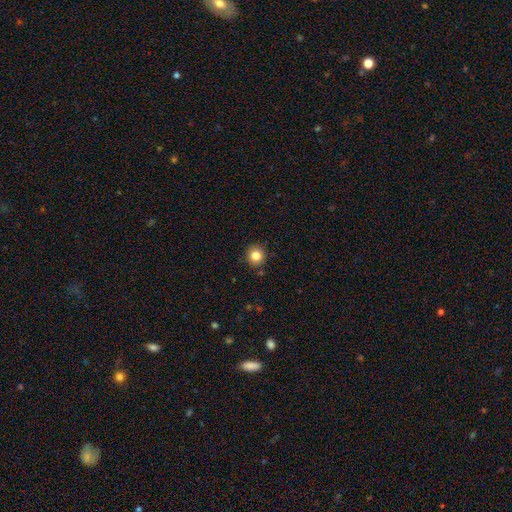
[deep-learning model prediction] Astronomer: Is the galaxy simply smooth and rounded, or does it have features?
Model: smooth — 83%.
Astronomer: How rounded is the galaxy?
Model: round — 93%.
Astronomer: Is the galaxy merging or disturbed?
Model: none — 90%.